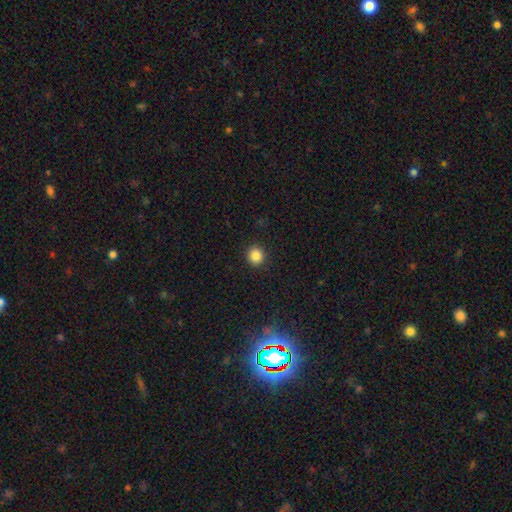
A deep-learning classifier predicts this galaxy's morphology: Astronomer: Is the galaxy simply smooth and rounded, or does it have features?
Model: smooth — 85%.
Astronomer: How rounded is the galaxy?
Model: round — 91%.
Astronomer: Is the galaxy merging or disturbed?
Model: none — 92%.